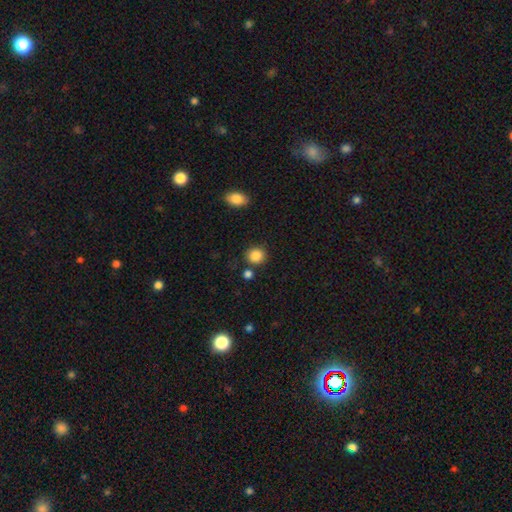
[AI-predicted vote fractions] Smooth or featured? Predicted: smooth (p=0.86). How rounded? Predicted: round (p=0.84). Merging? Predicted: none (p=0.82).